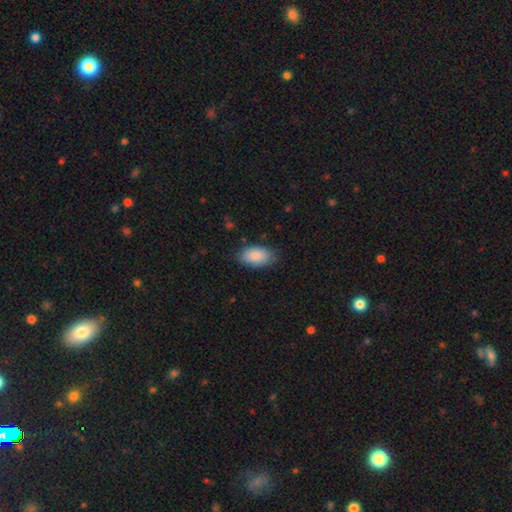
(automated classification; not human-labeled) A smooth galaxy with no disk features (87%) that is in between round and cigar-shaped (94%).

Vote fractions:
- Smooth or featured? smooth: 87% / featured or disk: 7% / star or artifact: 6%
- How rounded? in between: 94% / round: 4% / cigar-shaped: 2%
- Merging? none: 79% / minor disturbance: 16% / major disturbance: 3% / merger: 1%